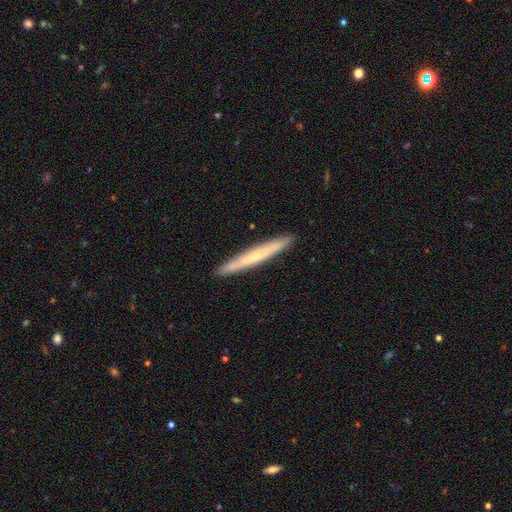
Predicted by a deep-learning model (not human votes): Overall: featured or disk (47%, tied with smooth). Merging: none (90%).